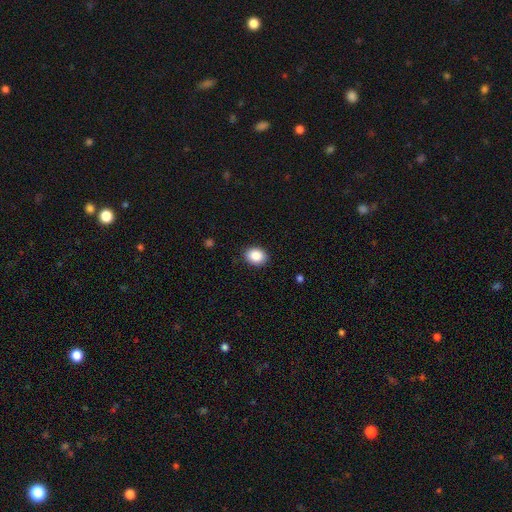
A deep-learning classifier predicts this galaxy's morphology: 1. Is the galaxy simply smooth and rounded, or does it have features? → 88% smooth, 8% star or artifact, 4% featured or disk.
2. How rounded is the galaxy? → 56% in between, 43% round, 1% cigar-shaped.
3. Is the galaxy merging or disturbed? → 88% none, 8% minor disturbance, 2% major disturbance, 1% merger.